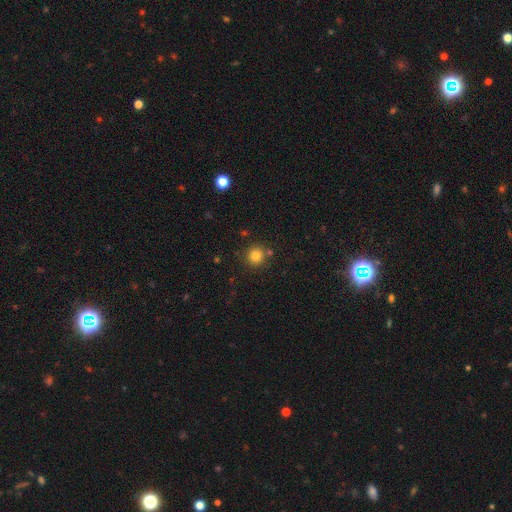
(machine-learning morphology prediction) This appears to be a smooth galaxy with no disk features (81%) that is round (92%). Merging: none (82%).